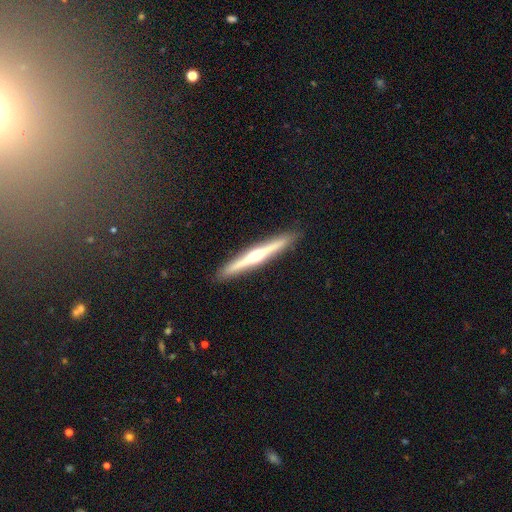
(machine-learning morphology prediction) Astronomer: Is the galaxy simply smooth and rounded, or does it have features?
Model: featured or disk — 71%.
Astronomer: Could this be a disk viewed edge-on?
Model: yes — 98%.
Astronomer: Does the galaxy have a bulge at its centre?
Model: rounded — 84%.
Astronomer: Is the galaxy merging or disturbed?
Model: none — 92%.